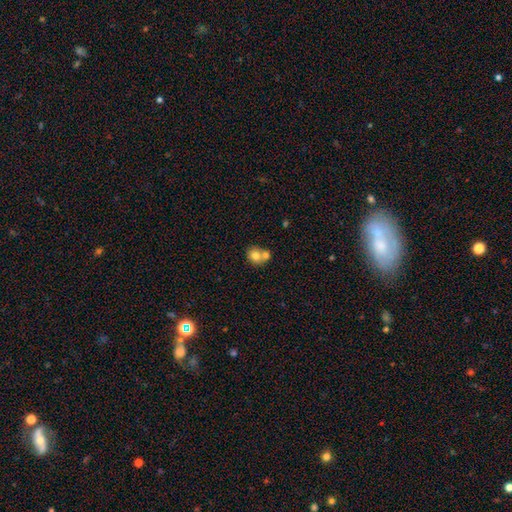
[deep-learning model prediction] A smooth galaxy with no disk features (74%) that is round (74%).

Vote fractions:
- Smooth or featured? smooth: 74% / featured or disk: 16% / star or artifact: 10%
- How rounded? round: 74% / in between: 25% / cigar-shaped: 1%
- Merging? merger: 54% / none: 36% / minor disturbance: 7% / major disturbance: 2%